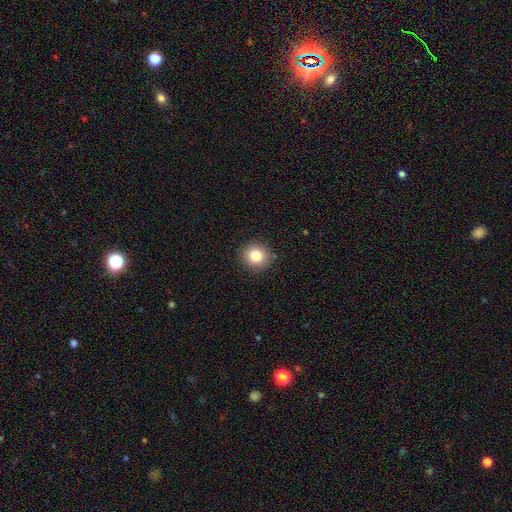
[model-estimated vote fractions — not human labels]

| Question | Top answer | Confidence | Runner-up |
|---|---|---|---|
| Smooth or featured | smooth | 83% | star or artifact (10%) |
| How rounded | round | 91% | in between (9%) |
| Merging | none | 89% | minor disturbance (8%) |